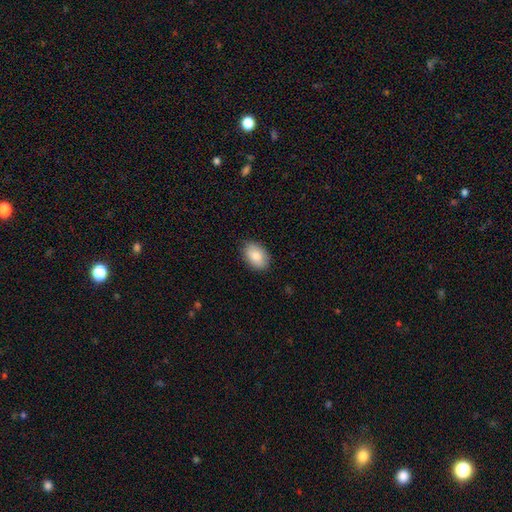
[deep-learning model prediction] Q: Smooth or featured?
A: smooth (87%); runner-up: featured or disk (7%)
Q: How rounded?
A: in between (89%); runner-up: round (10%)
Q: Merging?
A: none (86%); runner-up: minor disturbance (11%)